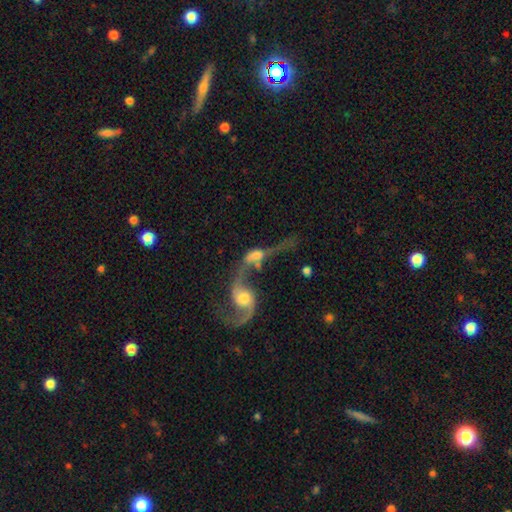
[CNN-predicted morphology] Smooth or featured? featured or disk (66%)
Edge-on disk? no (86%)
Bar? no (62%)
Spiral arms? yes (74%)
Bulge size? moderate (43%)
Merging? merger (71%)